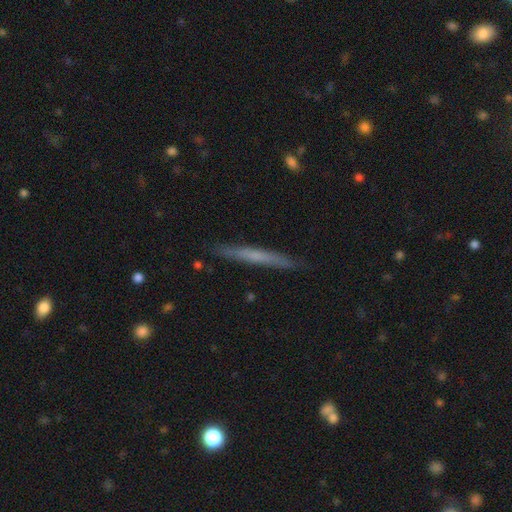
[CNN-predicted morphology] Overall: smooth (50%; featured or disk 43%). How rounded: cigar-shaped (96%). Merging: none (88%).